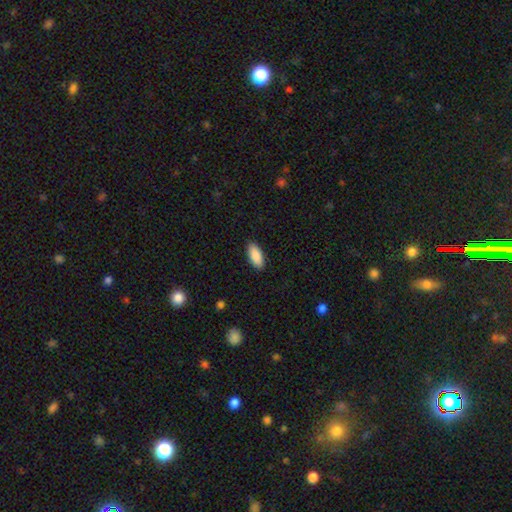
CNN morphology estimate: The model was most divided on "how rounded": in between: 89%, cigar-shaped: 9%, round: 2%. More confident: smooth or featured — smooth (89%); merging — none (89%).